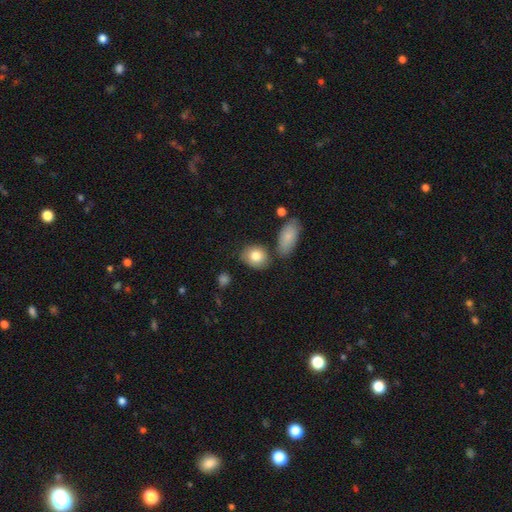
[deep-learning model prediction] A smooth galaxy with no disk features (82%) that is in between round and cigar-shaped (57%). Merging: none (71%).